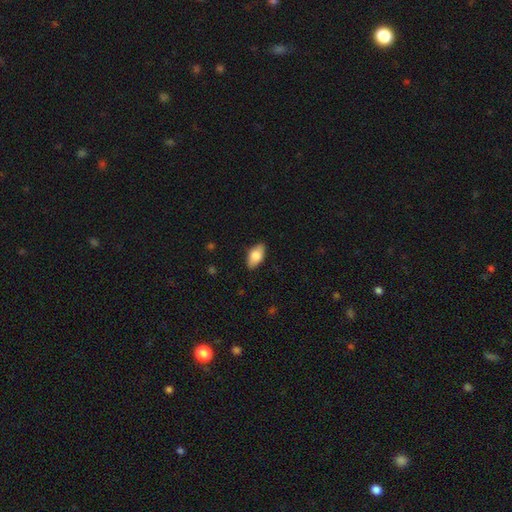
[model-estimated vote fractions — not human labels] A smooth galaxy with no disk features (80%) that is in between round and cigar-shaped (93%). Merging: none (87%).